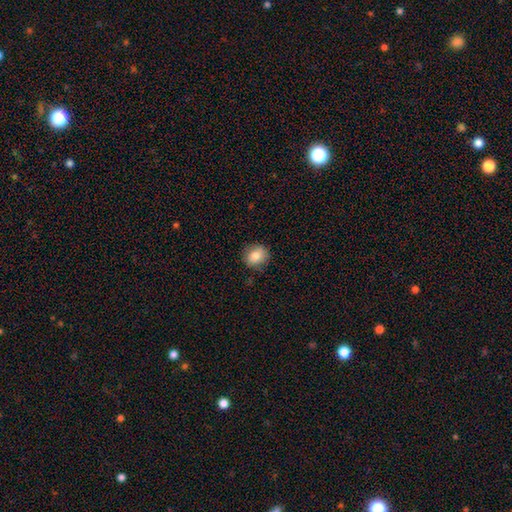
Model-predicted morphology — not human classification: The model was most divided on "how rounded": round: 71%, in between: 28%, cigar-shaped: 1%. More confident: merging — none (83%); smooth or featured — smooth (82%).